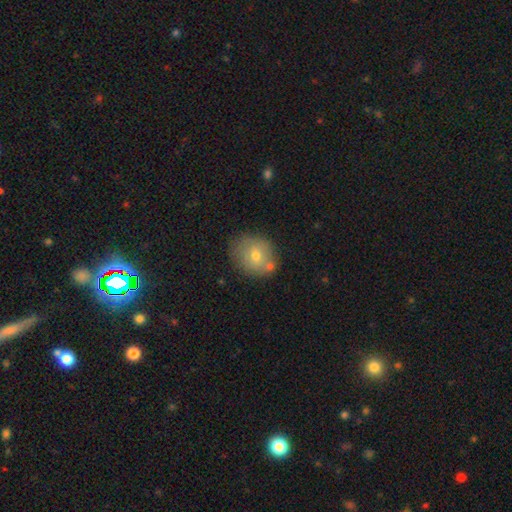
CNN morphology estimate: The model was most divided on "how rounded": round: 64%, in between: 35%, cigar-shaped: 1%. More confident: smooth or featured — smooth (68%); merging — none (66%).